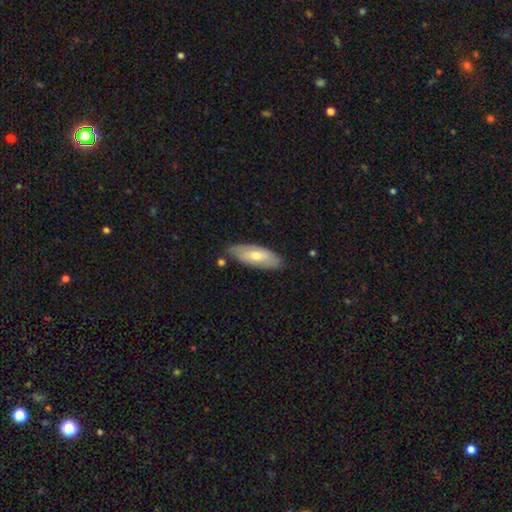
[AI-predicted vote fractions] Smooth or featured?
  - smooth: 62% *
  - featured or disk: 32%
  - star or artifact: 6%
How rounded?
  - in between: 72% *
  - cigar-shaped: 26%
  - round: 2%
Merging?
  - none: 76% *
  - minor disturbance: 18%
  - merger: 4%
  - major disturbance: 3%